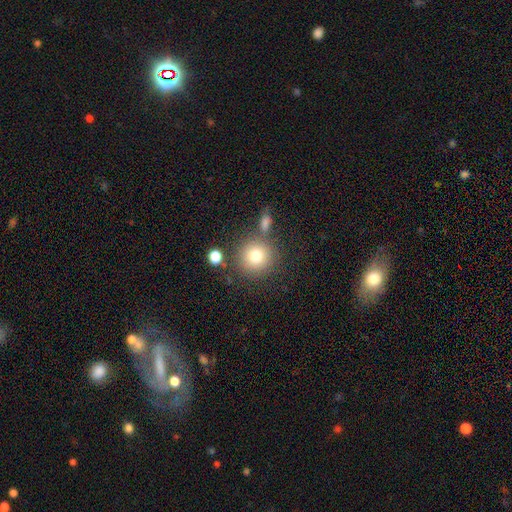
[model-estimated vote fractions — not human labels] Morphology: type=smooth (78%); roundness=round (92%); merging=none (76%).